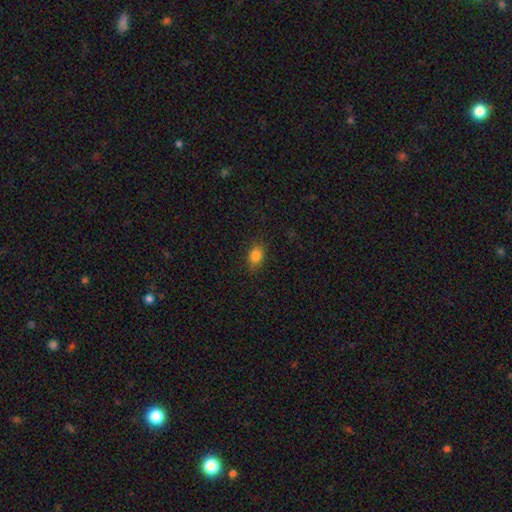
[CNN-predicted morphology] Smooth or featured?
  - smooth: 82% *
  - star or artifact: 11%
  - featured or disk: 7%
How rounded?
  - in between: 68% *
  - round: 30%
  - cigar-shaped: 2%
Merging?
  - none: 83% *
  - minor disturbance: 13%
  - major disturbance: 3%
  - merger: 1%